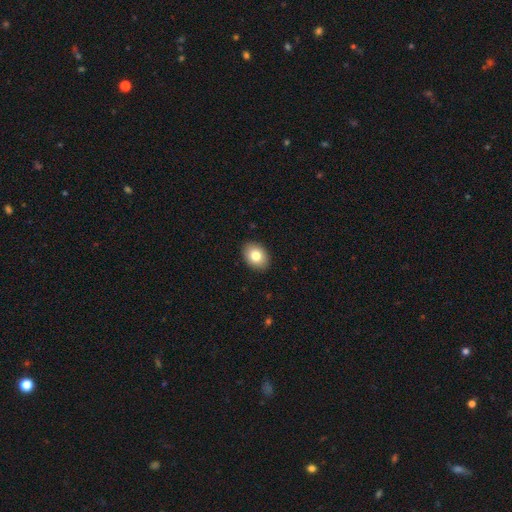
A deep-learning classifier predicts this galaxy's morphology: smooth-or-featured: smooth: 81% | featured or disk: 11% | star or artifact: 8%
  how-rounded: in between: 74% | round: 25% | cigar-shaped: 1%
  merging: none: 90% | minor disturbance: 7% | major disturbance: 2% | merger: 1%